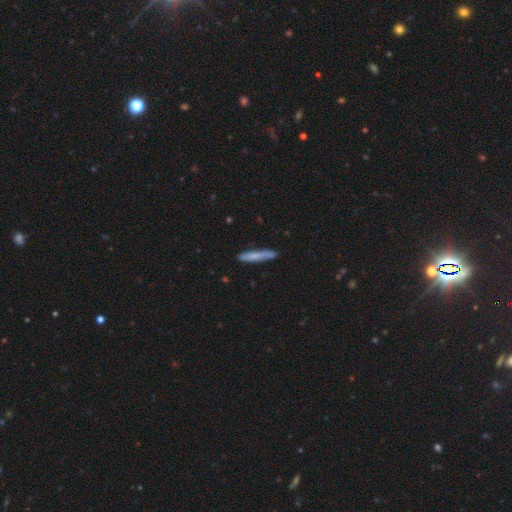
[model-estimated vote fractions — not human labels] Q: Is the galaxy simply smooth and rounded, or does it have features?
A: smooth — 71%.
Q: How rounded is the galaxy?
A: cigar-shaped — 94%.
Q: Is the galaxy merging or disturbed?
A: none — 82%.